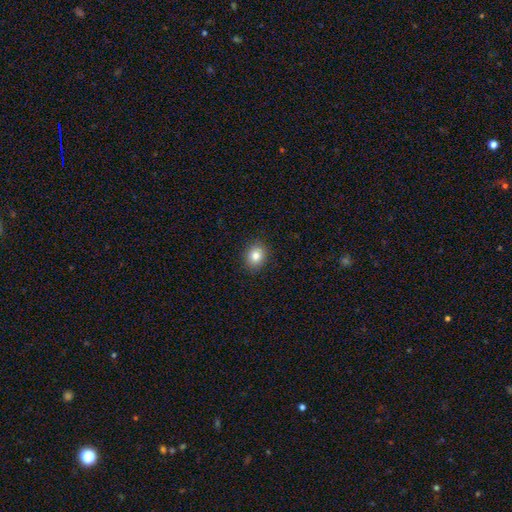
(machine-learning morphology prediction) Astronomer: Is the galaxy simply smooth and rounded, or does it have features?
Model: smooth — 83%.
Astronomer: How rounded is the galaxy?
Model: round — 57% (runner-up: in between, 42%).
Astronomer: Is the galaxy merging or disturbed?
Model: none — 89%.